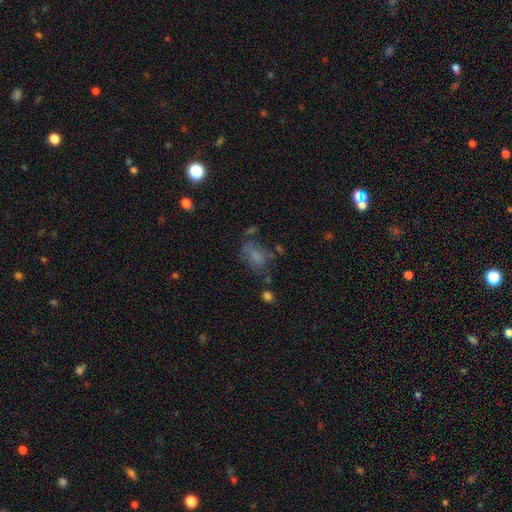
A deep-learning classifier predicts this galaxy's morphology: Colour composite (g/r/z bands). It shows a smooth galaxy with no disk features (60%) that is in between round and cigar-shaped (78%). Merging: none (47%).